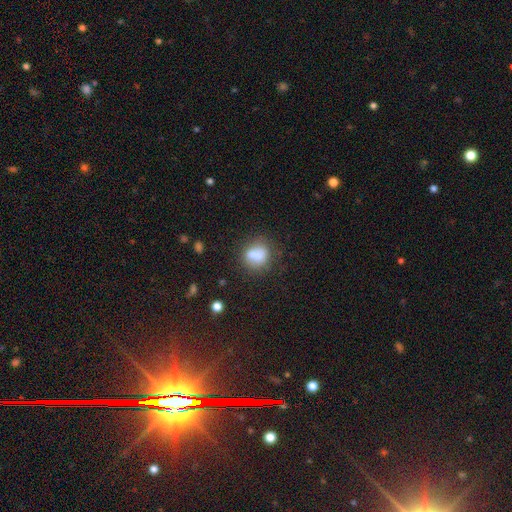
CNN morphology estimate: Q: Smooth or featured?
A: smooth (75%); runner-up: featured or disk (14%)
Q: How rounded?
A: round (60%); runner-up: in between (39%)
Q: Merging?
A: none (53%); runner-up: minor disturbance (20%)